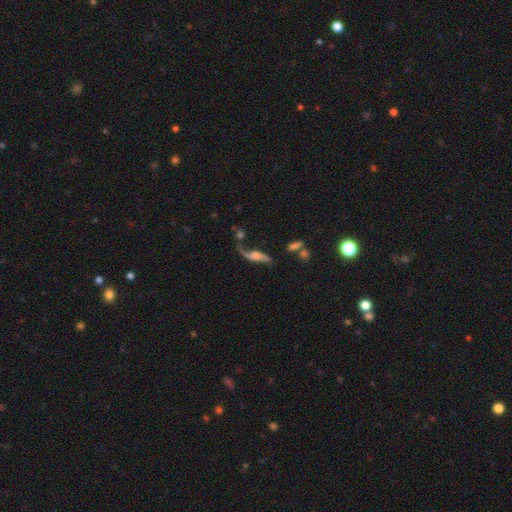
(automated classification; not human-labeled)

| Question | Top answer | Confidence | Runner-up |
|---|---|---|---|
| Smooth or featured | featured or disk | 75% | smooth (17%) |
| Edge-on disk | no | 77% | yes (23%) |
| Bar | no | 60% | weak (29%) |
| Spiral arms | yes | 89% | no (11%) |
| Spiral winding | loose | 90% | medium (8%) |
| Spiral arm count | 2 | 79% | 1 (15%) |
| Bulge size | moderate | 44% | small (25%) |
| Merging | none | 47% | minor disturbance (20%) |